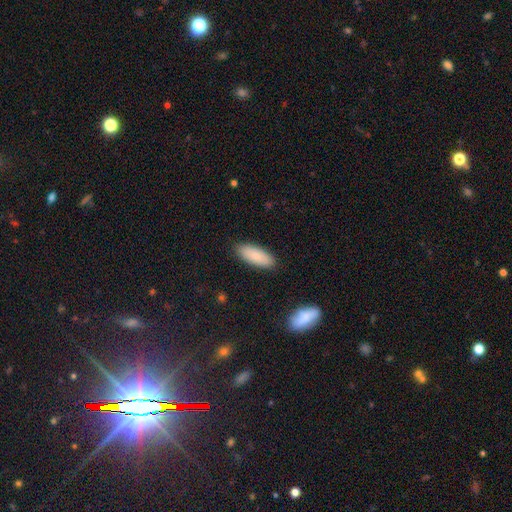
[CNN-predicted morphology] smooth_or_featured: smooth (p=0.85) [alt: featured or disk p=0.09]
how_rounded: in between (p=0.72) [alt: cigar-shaped p=0.26]
merging: none (p=0.88) [alt: minor disturbance p=0.09]